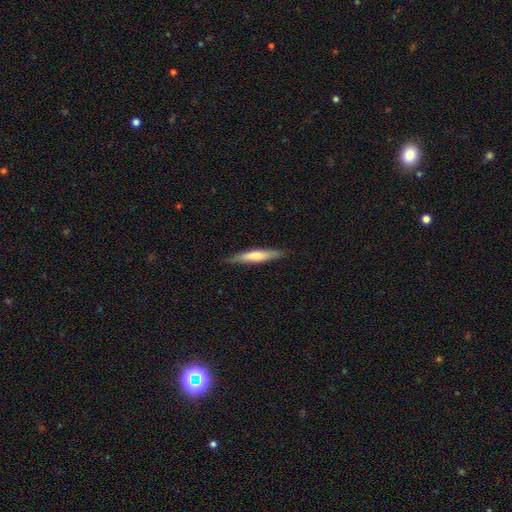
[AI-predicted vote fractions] Smooth or featured: smooth — 59% (featured or disk — 35%)
How rounded: cigar-shaped — 90% (in between — 9%)
Merging: none — 85% (minor disturbance — 12%)